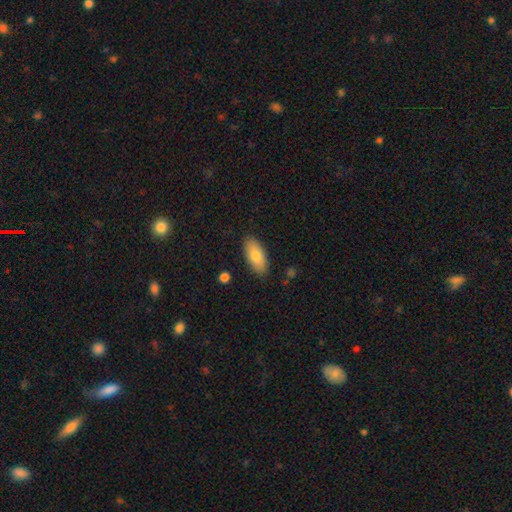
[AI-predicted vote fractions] smooth 82%, featured or disk 12%, star or artifact 6%. Down the decision tree: how rounded — in between (88%); merging — none (87%).